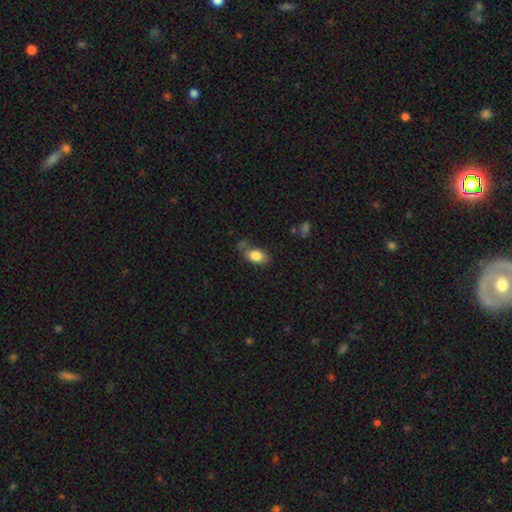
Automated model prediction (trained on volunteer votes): This appears to be a smooth galaxy with no disk features (83%) that is in between round and cigar-shaped (88%). Merging: none (62%).